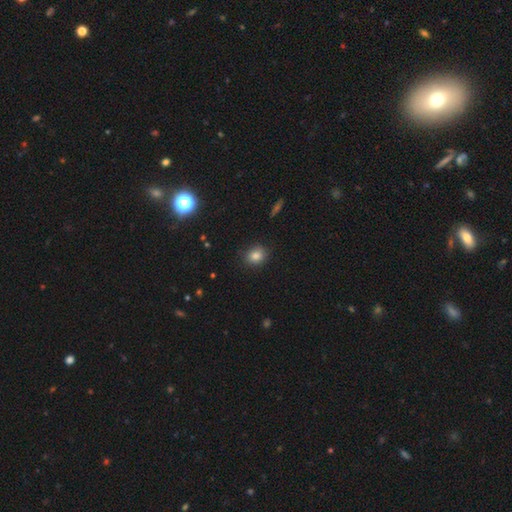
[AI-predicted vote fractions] Smooth or featured? Predicted: smooth (p=0.83). How rounded? Predicted: round (p=0.64). Merging? Predicted: none (p=0.84).